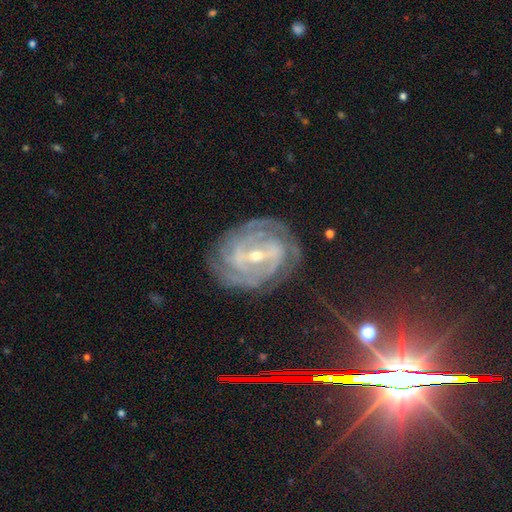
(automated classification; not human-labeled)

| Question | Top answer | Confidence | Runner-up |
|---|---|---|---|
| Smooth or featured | featured or disk | 88% | star or artifact (7%) |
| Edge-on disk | no | 96% | yes (4%) |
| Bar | strong | 49% | weak (38%) |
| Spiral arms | yes | 97% | no (3%) |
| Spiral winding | tight | 69% | medium (25%) |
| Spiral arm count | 2 | 27% | can't tell (24%) |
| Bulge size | small | 62% | moderate (36%) |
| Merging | none | 77% | minor disturbance (16%) |